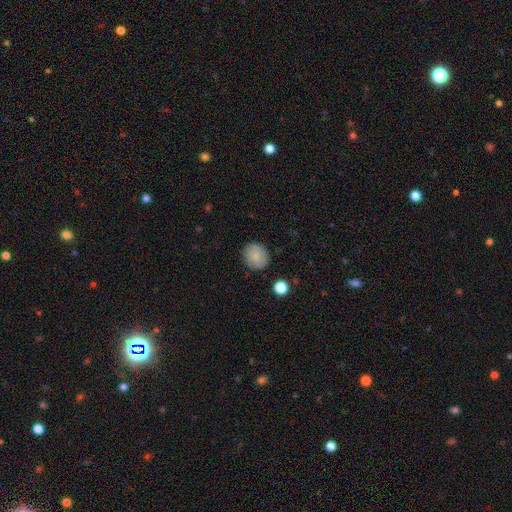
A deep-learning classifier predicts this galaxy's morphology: smooth_or_featured: smooth (p=0.80) [alt: featured or disk p=0.12]
how_rounded: round (p=0.86) [alt: in between p=0.13]
merging: none (p=0.87) [alt: minor disturbance p=0.10]